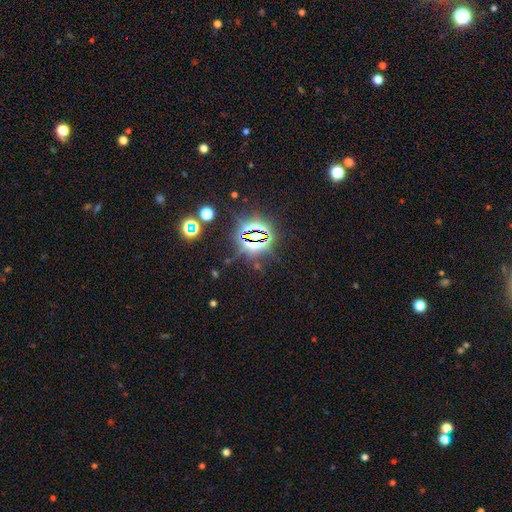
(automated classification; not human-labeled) Morphology: type=star or artifact (82%).